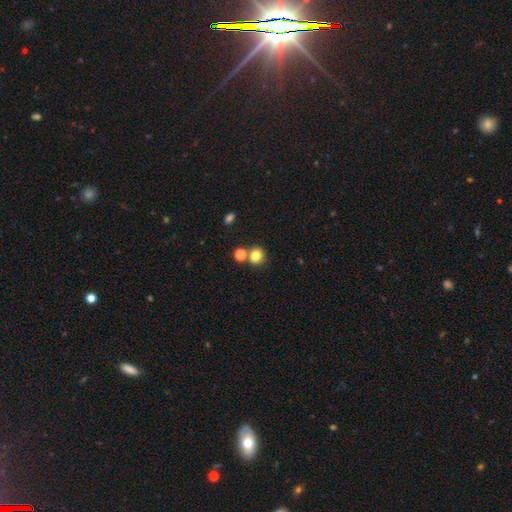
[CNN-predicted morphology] type=smooth (80%); roundness=round (86%); merging=none (68%).